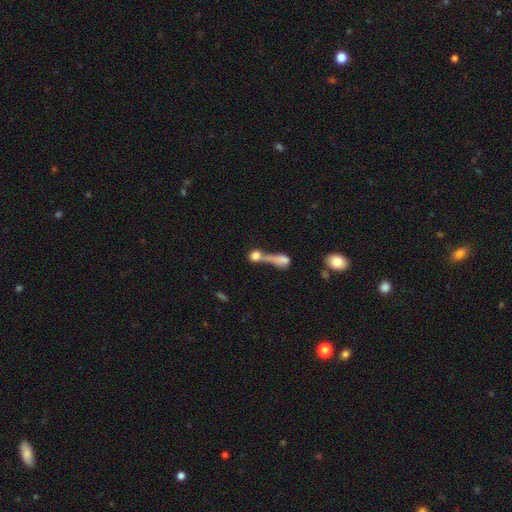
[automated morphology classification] Smooth or featured?
  - smooth: 70% *
  - featured or disk: 19%
  - star or artifact: 11%
How rounded?
  - round: 59% *
  - in between: 28%
  - cigar-shaped: 13%
Merging?
  - merger: 61% *
  - none: 21%
  - major disturbance: 11%
  - minor disturbance: 7%